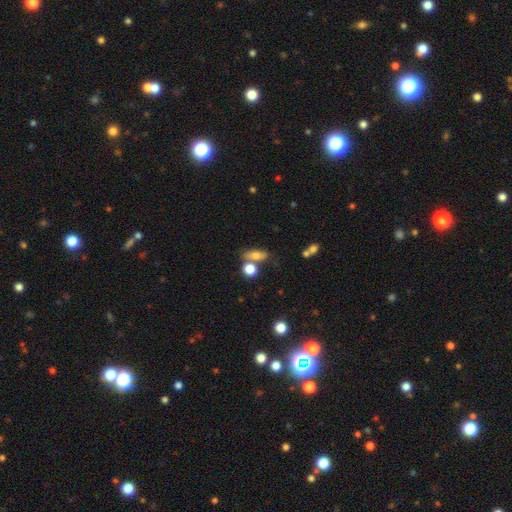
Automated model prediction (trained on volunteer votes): smooth 68%, featured or disk 20%, star or artifact 12%. Down the decision tree: how rounded — in between (61%); merging — none (55%).